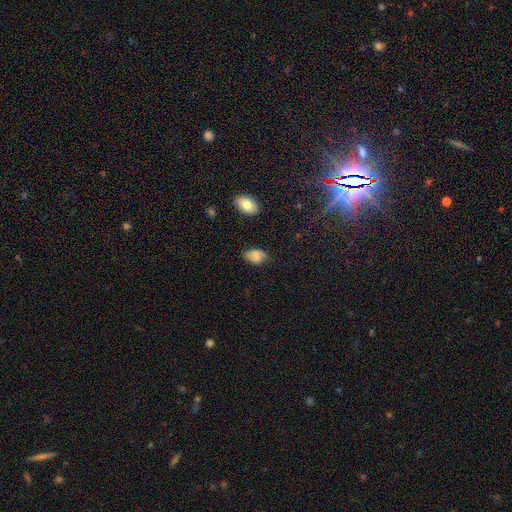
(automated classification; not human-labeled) Smooth or featured?
  - smooth: 74% *
  - featured or disk: 17%
  - star or artifact: 9%
How rounded?
  - in between: 89% *
  - round: 10%
  - cigar-shaped: 1%
Merging?
  - none: 67% *
  - minor disturbance: 25%
  - major disturbance: 5%
  - merger: 2%